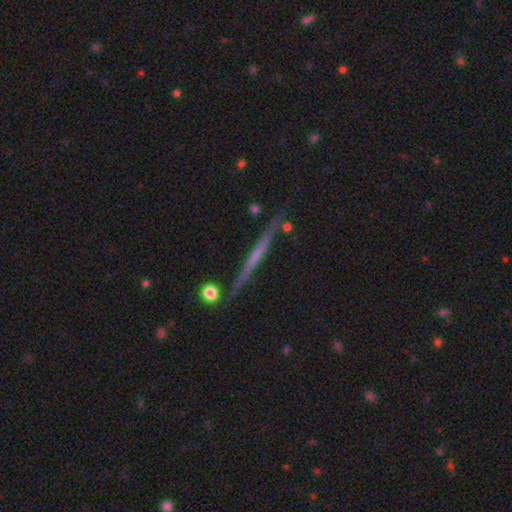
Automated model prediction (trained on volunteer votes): The model was most divided on "smooth or featured": featured or disk: 65%, smooth: 28%, star or artifact: 7%. More confident: edge-on disk — yes (97%); merging — none (87%); edge-on bulge — none (79%).